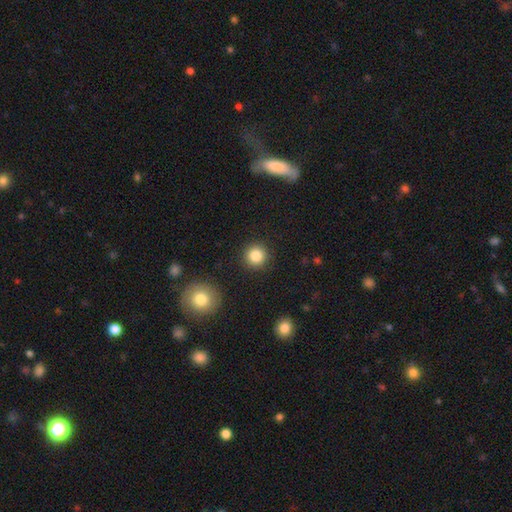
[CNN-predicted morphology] A smooth galaxy with no disk features (84%) that is round (94%).

Vote fractions:
- Smooth or featured? smooth: 84% / star or artifact: 10% / featured or disk: 5%
- How rounded? round: 94% / in between: 5% / cigar-shaped: 1%
- Merging? none: 91% / minor disturbance: 6% / major disturbance: 2% / merger: 2%